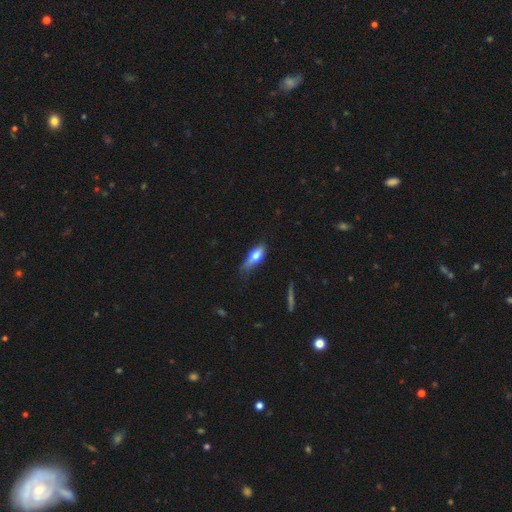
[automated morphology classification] Q: Smooth or featured?
A: smooth (67%); runner-up: featured or disk (26%)
Q: How rounded?
A: in between (63%); runner-up: cigar-shaped (32%)
Q: Merging?
A: none (48%); runner-up: minor disturbance (37%)